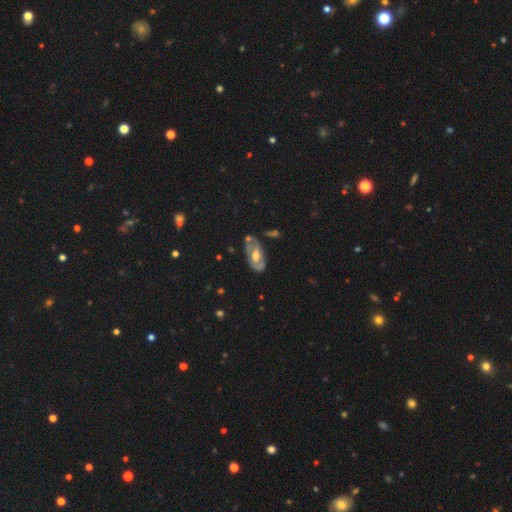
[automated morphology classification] This appears to be a featured or disk galaxy (68%) with no bar (60%), spiral arms (60%) and a moderate central bulge (68%). Merging: none (65%).